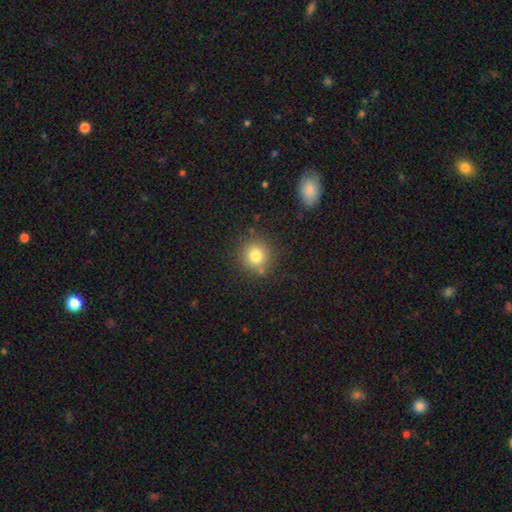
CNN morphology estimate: Smooth or featured?
  - smooth: 79% *
  - star or artifact: 12%
  - featured or disk: 9%
How rounded?
  - round: 93% *
  - in between: 6%
  - cigar-shaped: 1%
Merging?
  - none: 84% *
  - minor disturbance: 9%
  - merger: 4%
  - major disturbance: 3%